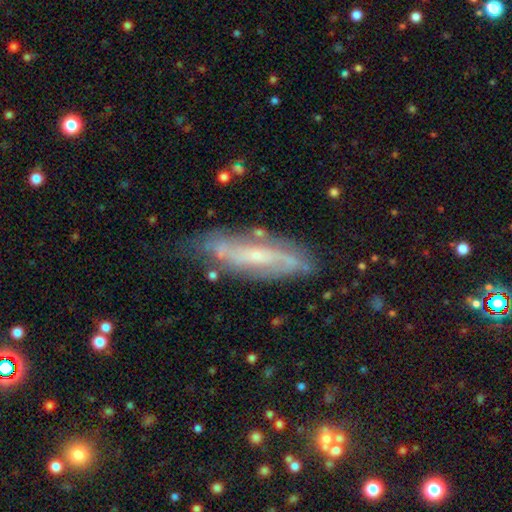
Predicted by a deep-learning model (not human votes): The model was most divided on "bar": no: 45%, weak: 38%, strong: 17%. More confident: spiral arms — yes (87%); edge-on disk — no (75%); smooth or featured — featured or disk (75%); merging — none (71%); bulge size — small (68%).